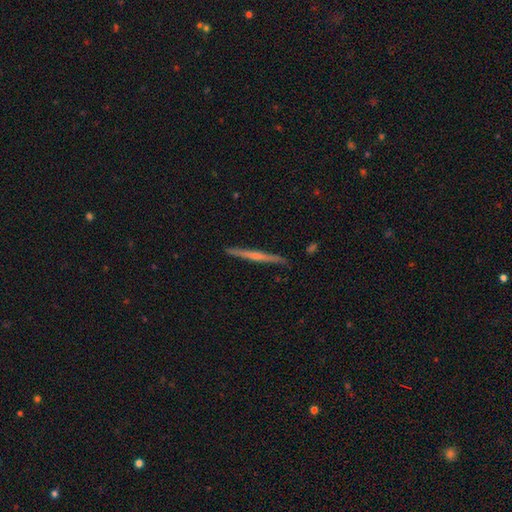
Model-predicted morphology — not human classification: Q: Smooth or featured?
A: featured or disk (61%); runner-up: smooth (33%)
Q: Edge-on disk?
A: yes (98%); runner-up: no (2%)
Q: Edge-on bulge?
A: none (49%); runner-up: rounded (41%)
Q: Merging?
A: none (91%); runner-up: minor disturbance (7%)